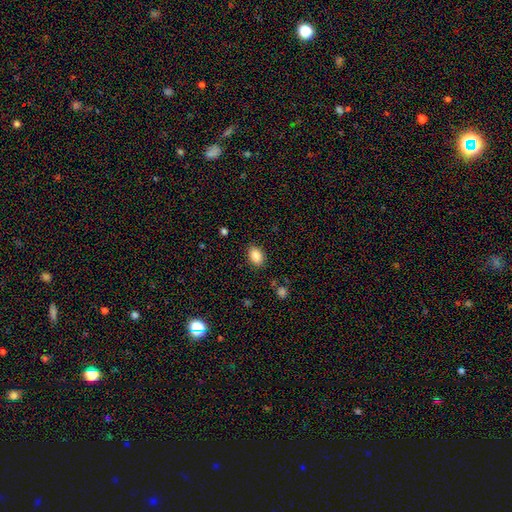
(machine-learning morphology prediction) Smooth or featured? smooth (87%)
How rounded? in between (82%)
Merging? none (86%)